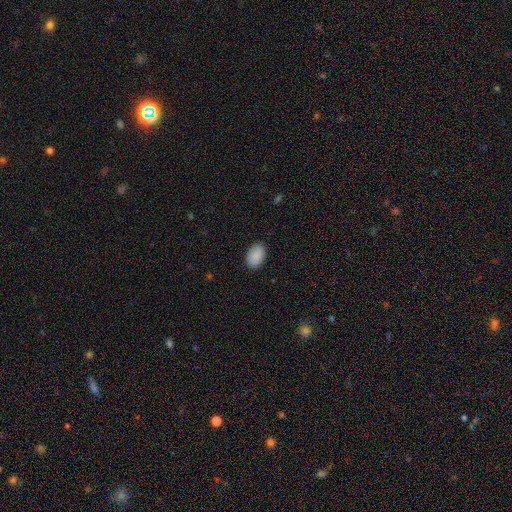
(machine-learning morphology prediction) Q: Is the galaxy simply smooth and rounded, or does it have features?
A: smooth — 90%.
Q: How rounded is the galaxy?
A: in between — 90%.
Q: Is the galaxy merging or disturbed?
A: none — 88%.